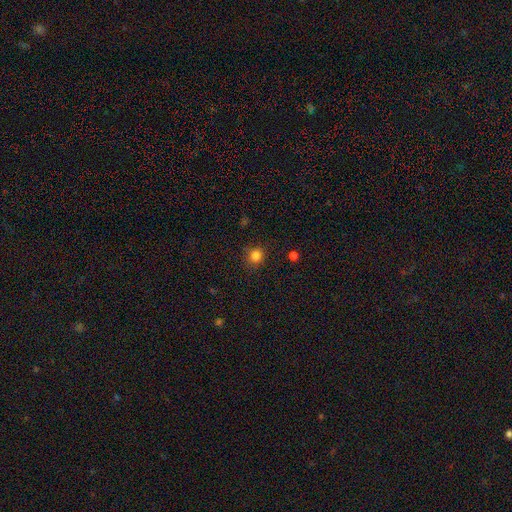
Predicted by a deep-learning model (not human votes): smooth_or_featured: smooth (p=0.83) [alt: star or artifact p=0.13]
how_rounded: round (p=0.87) [alt: in between p=0.12]
merging: none (p=0.85) [alt: minor disturbance p=0.10]